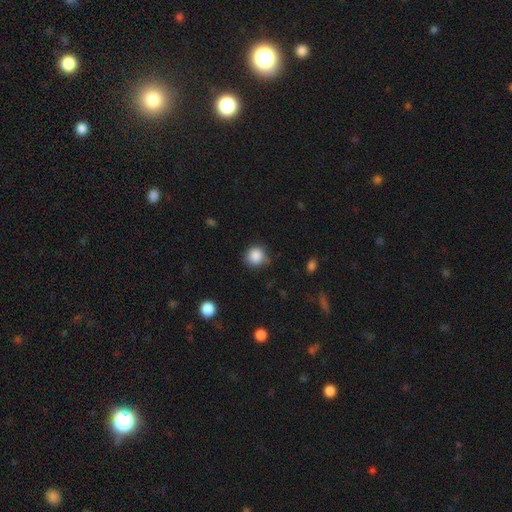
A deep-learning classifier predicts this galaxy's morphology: Smooth or featured? smooth (86%)
How rounded? round (89%)
Merging? none (73%)